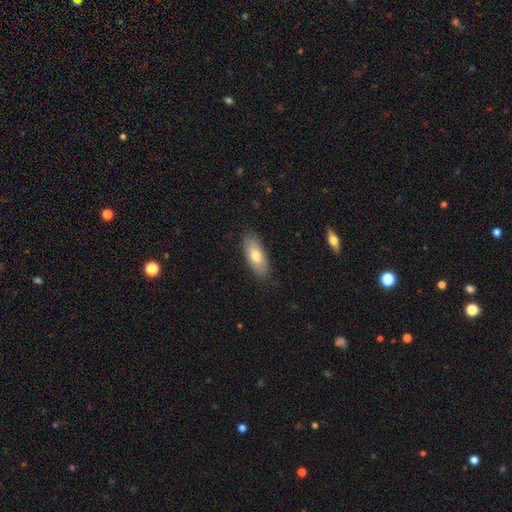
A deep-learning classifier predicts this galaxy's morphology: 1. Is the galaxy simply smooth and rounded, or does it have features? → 71% smooth, 22% featured or disk, 6% star or artifact.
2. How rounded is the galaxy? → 84% in between, 13% cigar-shaped, 3% round.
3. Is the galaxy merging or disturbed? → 84% none, 13% minor disturbance, 2% major disturbance, 1% merger.